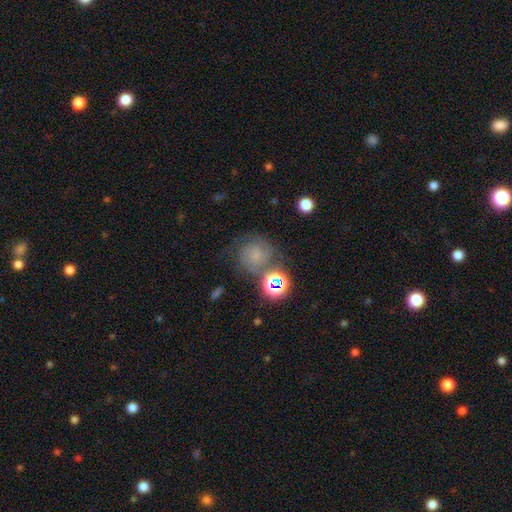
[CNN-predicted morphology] A smooth galaxy with no disk features (48%). Merging: none (59%).